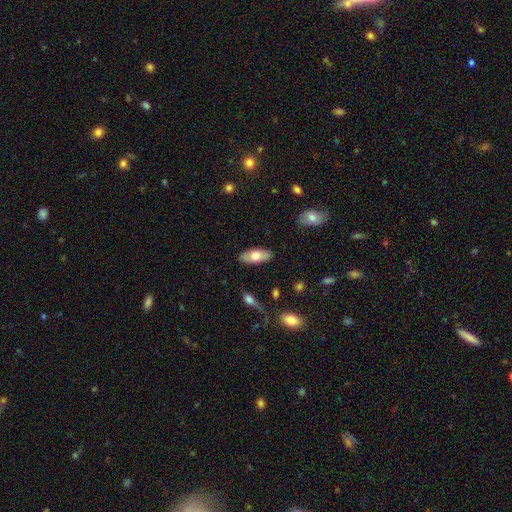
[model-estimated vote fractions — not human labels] Smooth or featured: smooth — 69% (featured or disk — 25%)
How rounded: in between — 84% (cigar-shaped — 14%)
Merging: none — 87% (minor disturbance — 10%)